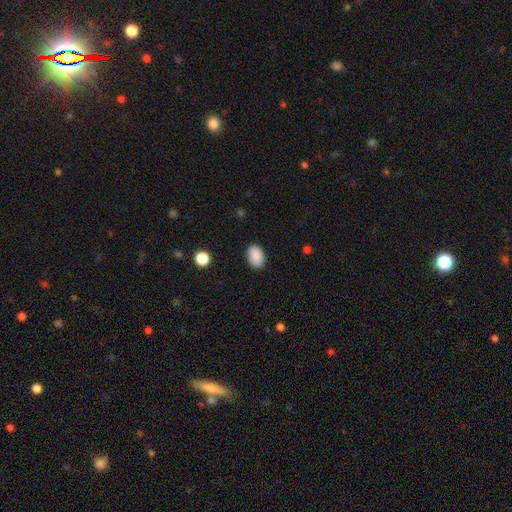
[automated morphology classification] Q: Smooth or featured?
A: smooth (90%); runner-up: star or artifact (7%)
Q: How rounded?
A: in between (85%); runner-up: round (14%)
Q: Merging?
A: none (87%); runner-up: minor disturbance (10%)